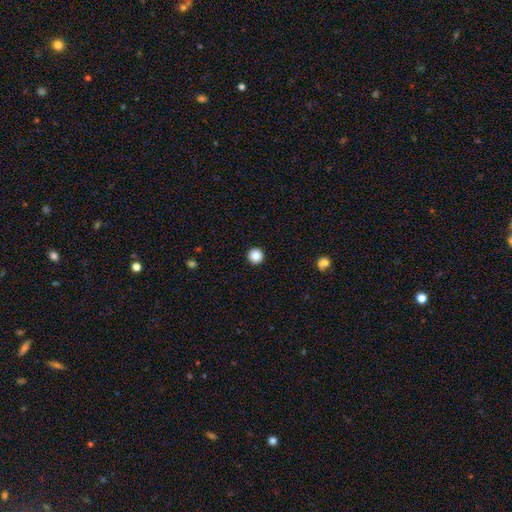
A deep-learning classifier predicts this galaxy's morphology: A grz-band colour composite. It shows a smooth galaxy with no disk features (86%) that is round (97%). Merging: none (94%).